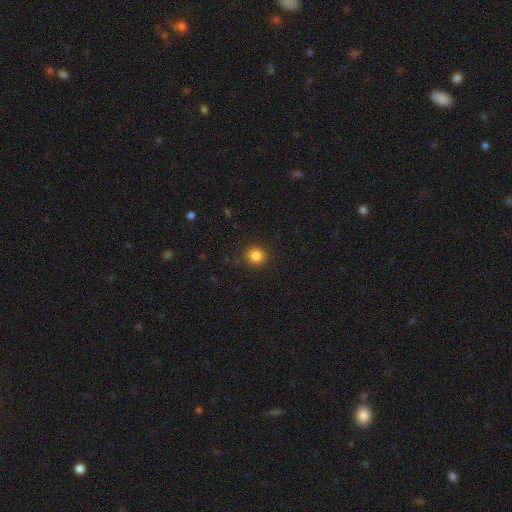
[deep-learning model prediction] Smooth or featured?
  - smooth: 85% *
  - star or artifact: 12%
  - featured or disk: 4%
How rounded?
  - round: 89% *
  - in between: 10%
  - cigar-shaped: 1%
Merging?
  - none: 90% *
  - minor disturbance: 7%
  - major disturbance: 2%
  - merger: 1%